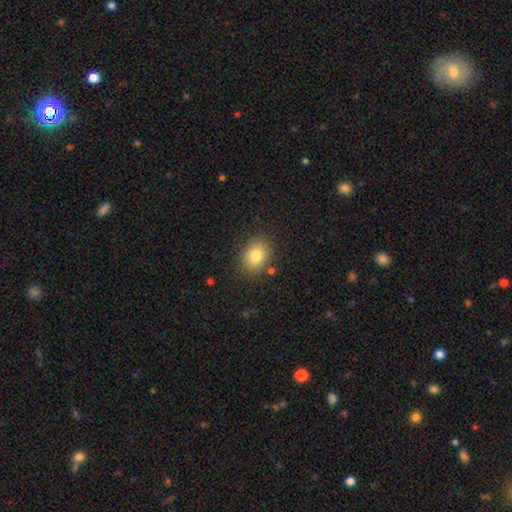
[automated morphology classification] type=smooth (81%); roundness=in between (55%); merging=none (85%).